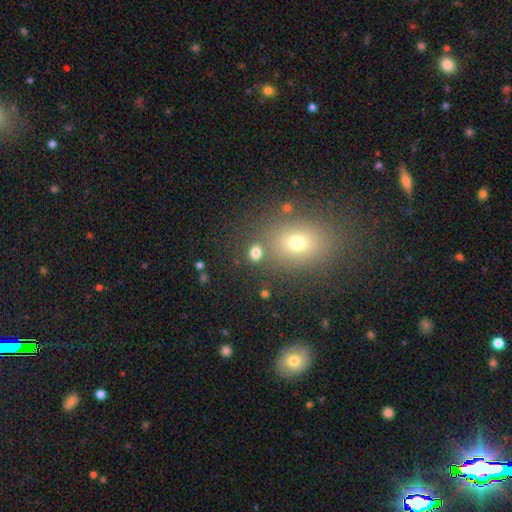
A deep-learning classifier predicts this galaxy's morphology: smooth_or_featured: smooth (p=0.61) [alt: star or artifact p=0.25]
how_rounded: in between (p=0.50) [alt: round p=0.48]
merging: none (p=0.77) [alt: minor disturbance p=0.10]